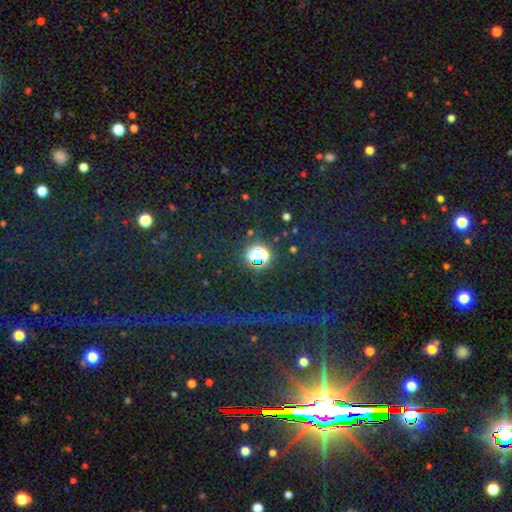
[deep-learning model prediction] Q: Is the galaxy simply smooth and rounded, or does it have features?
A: star or artifact — 69%.